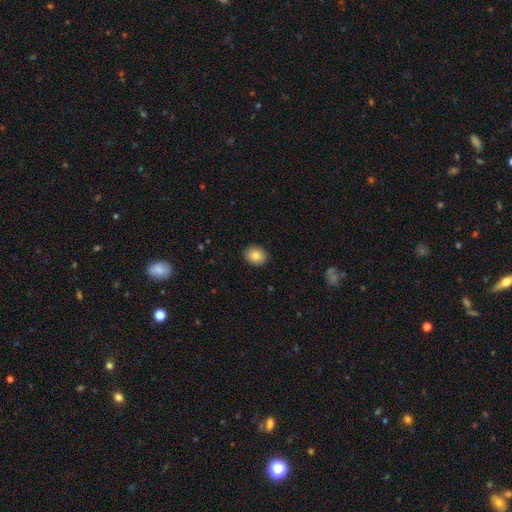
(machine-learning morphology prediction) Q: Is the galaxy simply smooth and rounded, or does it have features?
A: smooth — 85%.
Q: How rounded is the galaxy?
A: round — 56%.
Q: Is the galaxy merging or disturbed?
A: none — 89%.